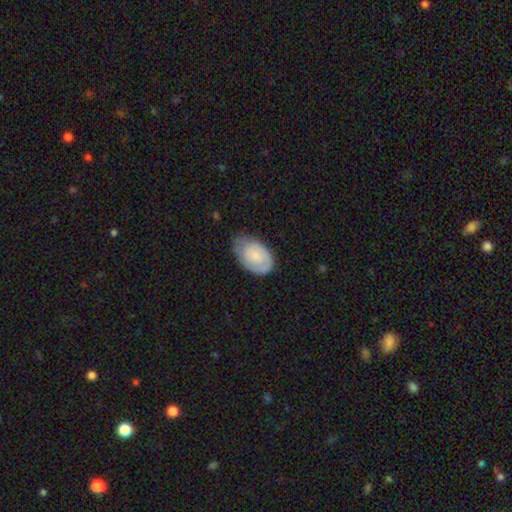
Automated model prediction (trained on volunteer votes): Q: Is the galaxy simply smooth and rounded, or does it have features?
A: smooth — 73%.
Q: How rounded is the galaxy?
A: in between — 92%.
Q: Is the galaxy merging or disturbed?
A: none — 54%.